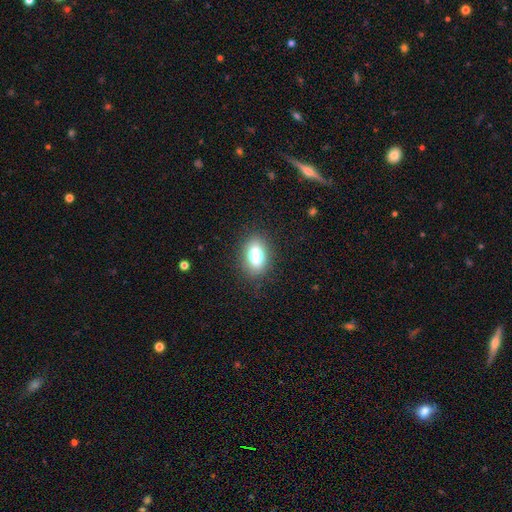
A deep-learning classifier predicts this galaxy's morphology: Smooth or featured? Predicted: smooth (p=0.80). How rounded? Predicted: in between (p=0.85). Merging? Predicted: none (p=0.86).